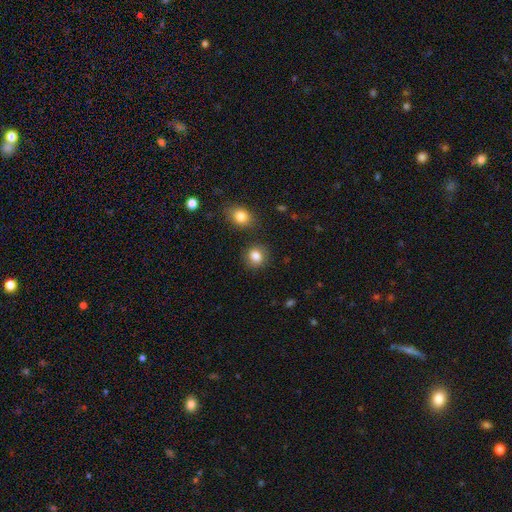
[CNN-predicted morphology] A smooth galaxy with no disk features (85%) that is round (77%). Merging: none (85%).